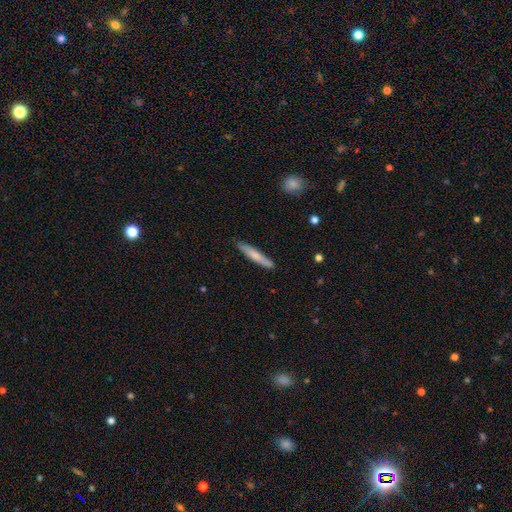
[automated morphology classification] This is likely a smooth galaxy (69%). How rounded: clearly cigar-shaped (94%). Merging: clearly none (86%).